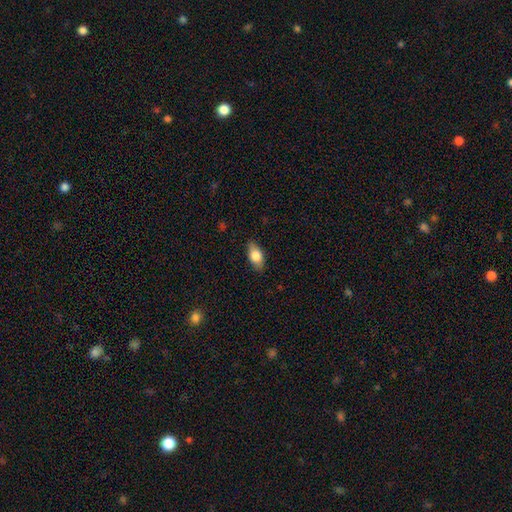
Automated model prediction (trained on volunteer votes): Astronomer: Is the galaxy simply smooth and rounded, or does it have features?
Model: smooth — 78%.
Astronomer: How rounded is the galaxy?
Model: in between — 89%.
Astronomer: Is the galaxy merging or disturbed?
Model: none — 85%.